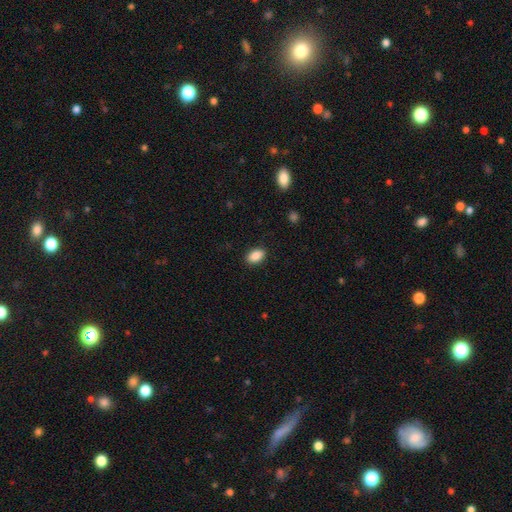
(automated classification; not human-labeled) The model was most divided on "merging": none: 88%, minor disturbance: 8%, major disturbance: 2%, merger: 1%. More confident: how rounded — in between (90%); smooth or featured — smooth (89%).